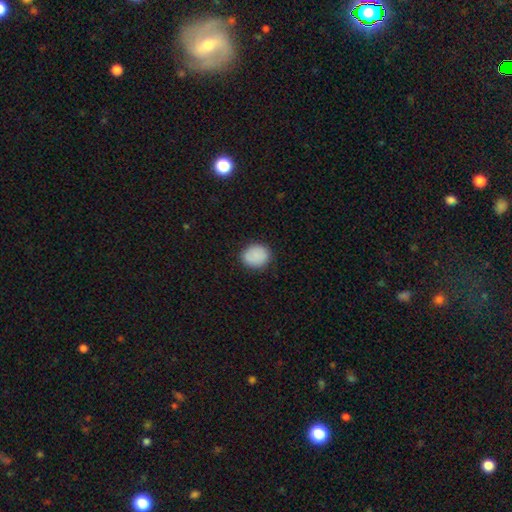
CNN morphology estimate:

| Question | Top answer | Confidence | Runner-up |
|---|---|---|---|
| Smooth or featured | smooth | 88% | star or artifact (8%) |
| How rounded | round | 68% | in between (31%) |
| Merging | none | 85% | minor disturbance (11%) |